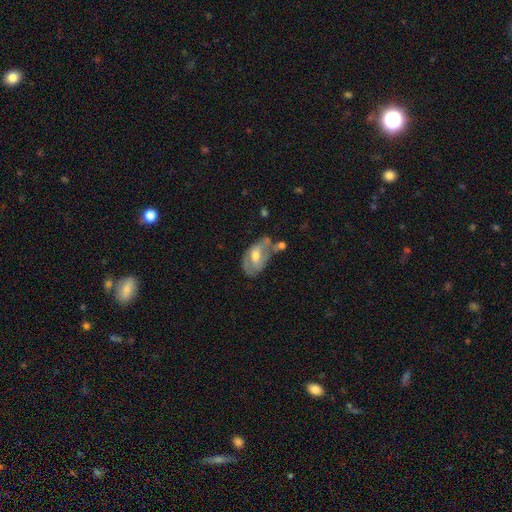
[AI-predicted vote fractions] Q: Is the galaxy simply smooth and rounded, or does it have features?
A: featured or disk — 52%.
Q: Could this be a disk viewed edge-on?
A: no — 92%.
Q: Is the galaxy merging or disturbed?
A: none — 29%.